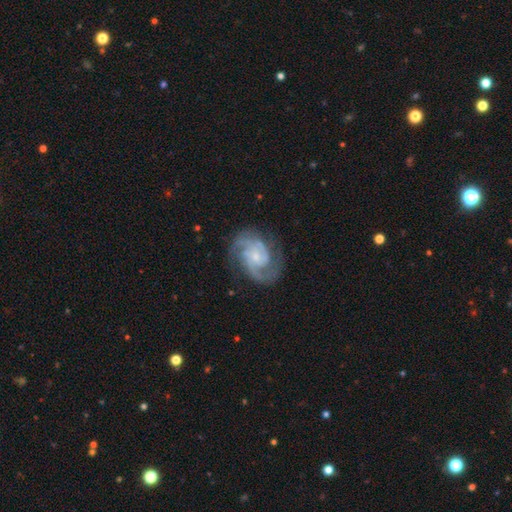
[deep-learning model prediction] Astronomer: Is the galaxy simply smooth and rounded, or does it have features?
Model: featured or disk — 91%.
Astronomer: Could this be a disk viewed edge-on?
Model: no — 98%.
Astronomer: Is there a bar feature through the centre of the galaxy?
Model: no — 61%.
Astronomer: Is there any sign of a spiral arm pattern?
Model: yes — 98%.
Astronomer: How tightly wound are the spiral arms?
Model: medium — 48% (runner-up: tight, 44%).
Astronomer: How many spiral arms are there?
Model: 2 — 60%.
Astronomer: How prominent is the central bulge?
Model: small — 61%.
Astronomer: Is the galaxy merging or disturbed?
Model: none — 76%.